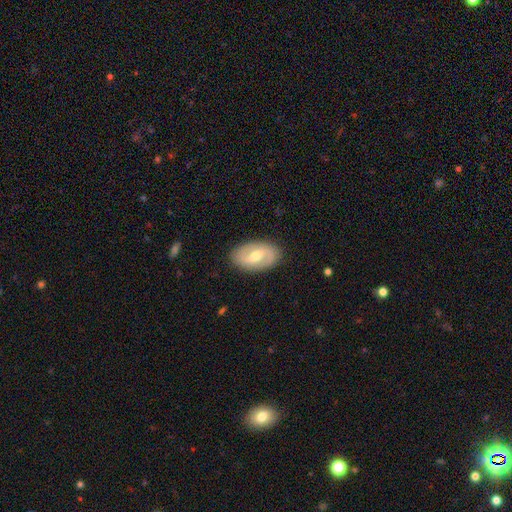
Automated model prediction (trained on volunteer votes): This appears to be a featured or disk galaxy (67%) with a weak bar (53%), 2 (88%) medium (41%) spiral arms (80%) and a moderate central bulge (60%). Merging: none (86%).